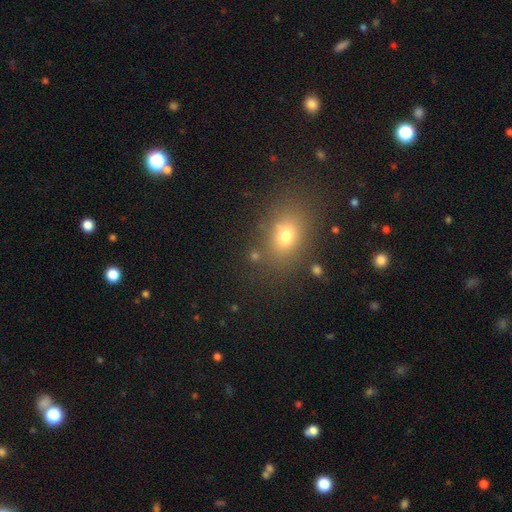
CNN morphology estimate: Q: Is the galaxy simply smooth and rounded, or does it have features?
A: smooth — 69%.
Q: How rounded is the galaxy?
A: in between — 62%.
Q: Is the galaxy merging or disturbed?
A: none — 80%.